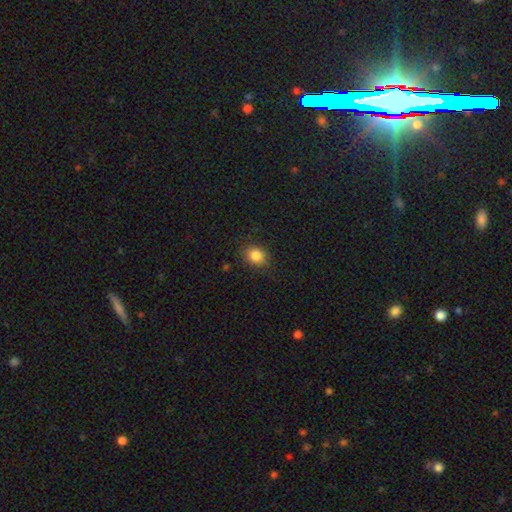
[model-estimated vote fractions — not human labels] smooth-or-featured: smooth: 85% | star or artifact: 10% | featured or disk: 5%
  how-rounded: round: 56% | in between: 43% | cigar-shaped: 1%
  merging: none: 83% | minor disturbance: 12% | major disturbance: 4% | merger: 1%